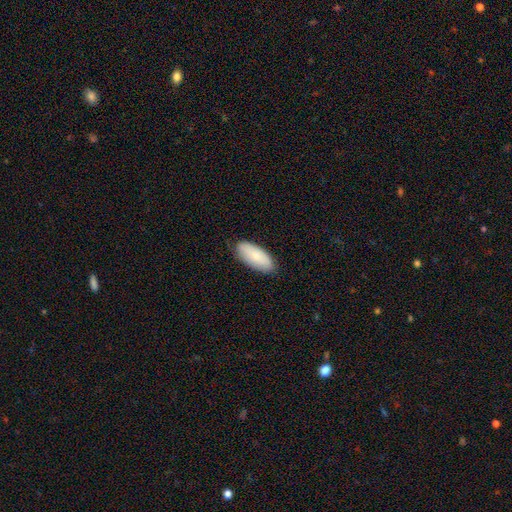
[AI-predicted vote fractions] Smooth or featured? smooth (80%)
How rounded? in between (88%)
Merging? none (82%)